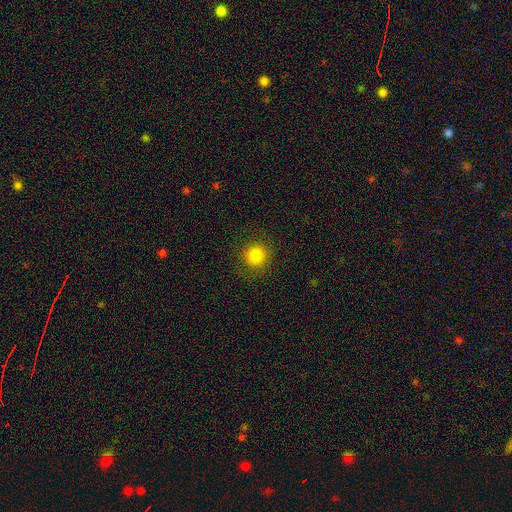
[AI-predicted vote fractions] Smooth or featured: smooth — 84% (star or artifact — 11%)
How rounded: round — 92% (in between — 7%)
Merging: none — 88% (minor disturbance — 8%)